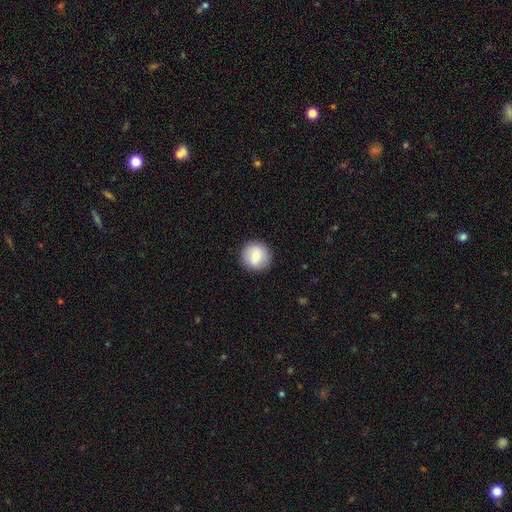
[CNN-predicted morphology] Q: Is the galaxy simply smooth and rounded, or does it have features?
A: smooth — 76%.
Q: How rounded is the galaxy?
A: round — 93%.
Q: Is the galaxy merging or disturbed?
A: none — 90%.